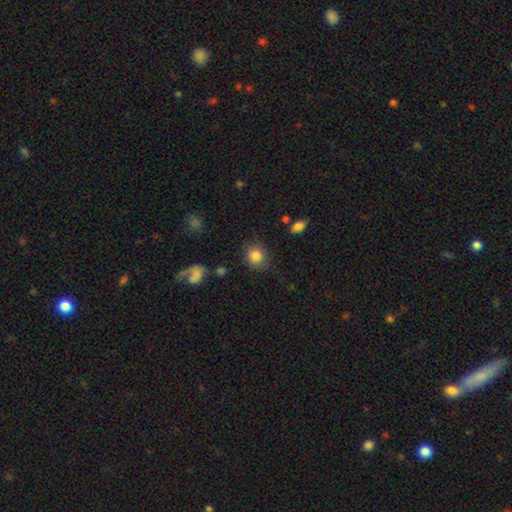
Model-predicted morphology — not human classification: Overall: smooth (84%). How rounded: round (77%). Merging: none (77%).